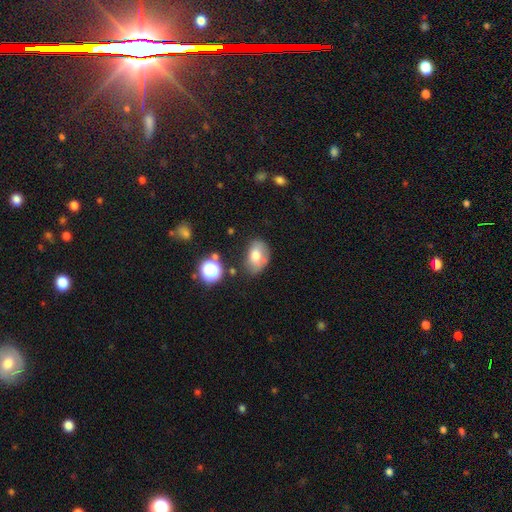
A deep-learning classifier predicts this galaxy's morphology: Smooth or featured?
  - smooth: 69% *
  - featured or disk: 19%
  - star or artifact: 11%
How rounded?
  - in between: 79% *
  - round: 20%
  - cigar-shaped: 1%
Merging?
  - none: 53% *
  - minor disturbance: 30%
  - major disturbance: 11%
  - merger: 6%